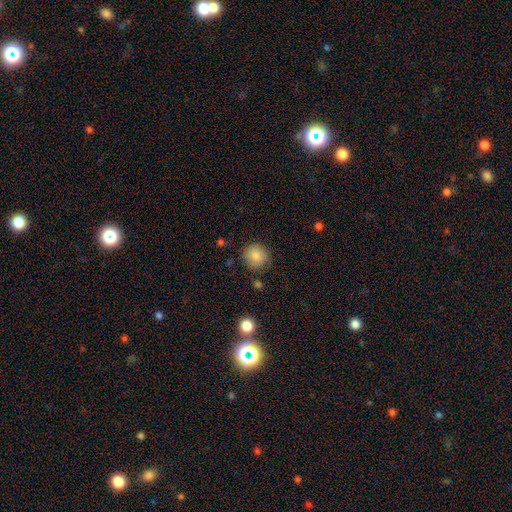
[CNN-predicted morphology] Smooth or featured? smooth (81%)
How rounded? round (88%)
Merging? none (77%)